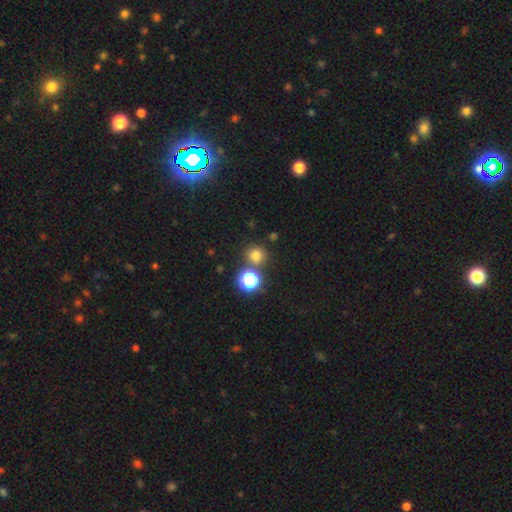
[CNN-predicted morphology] Q: Smooth or featured?
A: smooth (73%); runner-up: star or artifact (21%)
Q: How rounded?
A: round (92%); runner-up: in between (7%)
Q: Merging?
A: none (78%); runner-up: merger (12%)